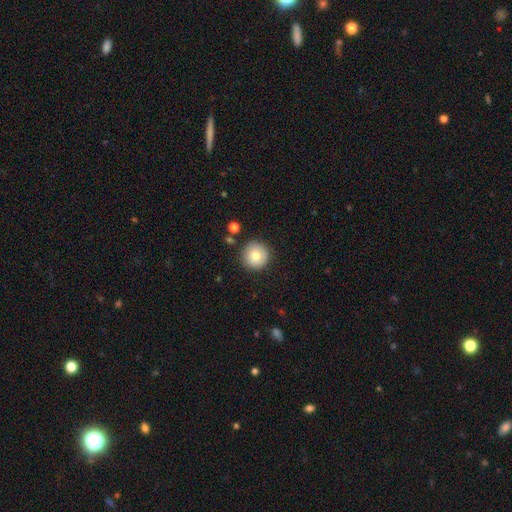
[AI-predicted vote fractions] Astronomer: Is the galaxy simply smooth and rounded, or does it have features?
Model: smooth — 78%.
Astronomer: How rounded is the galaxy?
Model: round — 96%.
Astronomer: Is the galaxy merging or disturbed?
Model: none — 87%.